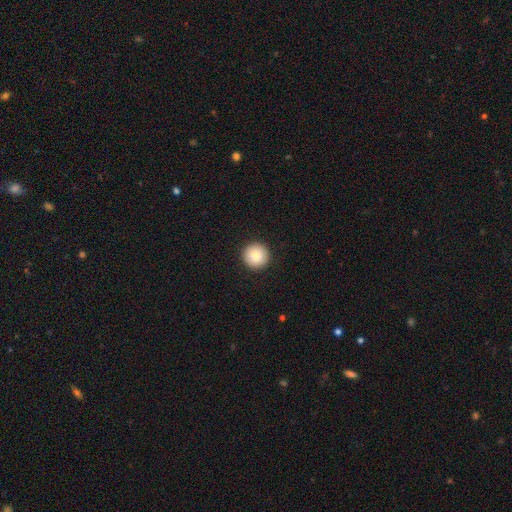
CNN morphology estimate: Smooth or featured?
  - smooth: 83% *
  - featured or disk: 8%
  - star or artifact: 8%
How rounded?
  - round: 97% *
  - in between: 2%
  - cigar-shaped: 1%
Merging?
  - none: 93% *
  - minor disturbance: 4%
  - major disturbance: 1%
  - merger: 1%